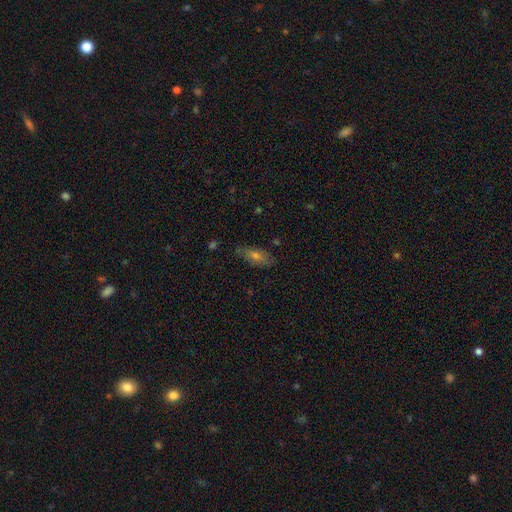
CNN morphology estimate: smooth_or_featured: smooth (p=0.52) [alt: featured or disk p=0.34]
how_rounded: in between (p=0.75) [alt: cigar-shaped p=0.20]
merging: none (p=0.78) [alt: minor disturbance p=0.17]